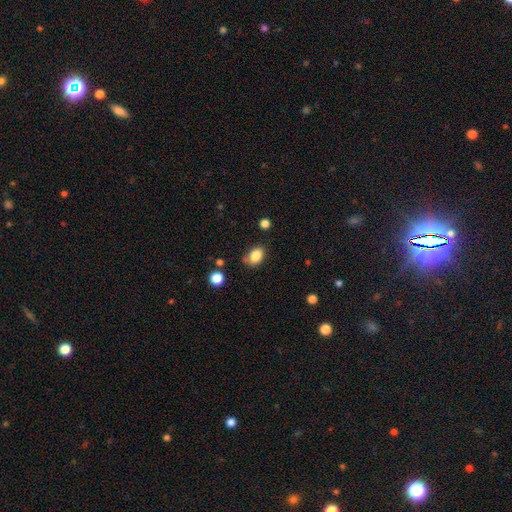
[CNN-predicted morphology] A smooth galaxy with no disk features (84%) that is in between round and cigar-shaped (71%). Merging: none (66%).